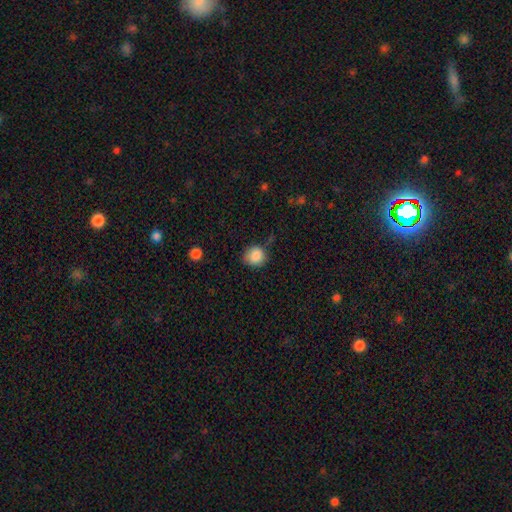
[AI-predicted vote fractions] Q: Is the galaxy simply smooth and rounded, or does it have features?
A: smooth — 87%.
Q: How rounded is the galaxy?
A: round — 84%.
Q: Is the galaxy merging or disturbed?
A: none — 75%.